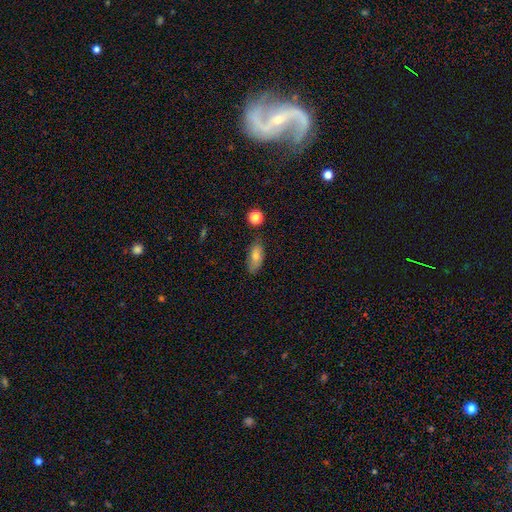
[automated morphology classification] smooth 65%, featured or disk 20%, star or artifact 15%. Down the decision tree: how rounded — in between (81%); merging — none (80%).